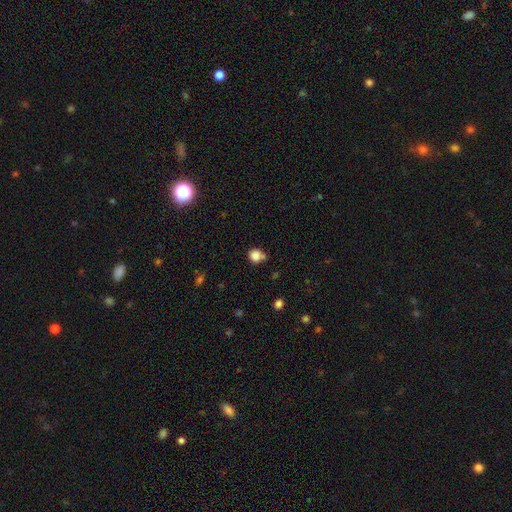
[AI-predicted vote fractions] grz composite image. It shows a smooth galaxy with no disk features (84%) that is round (86%). Merging: none (60%).